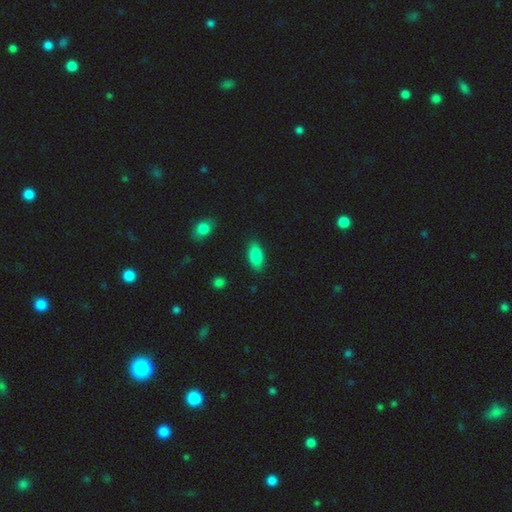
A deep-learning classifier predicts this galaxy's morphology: Overall: smooth (86%). How rounded: in between (90%). Merging: none (86%).